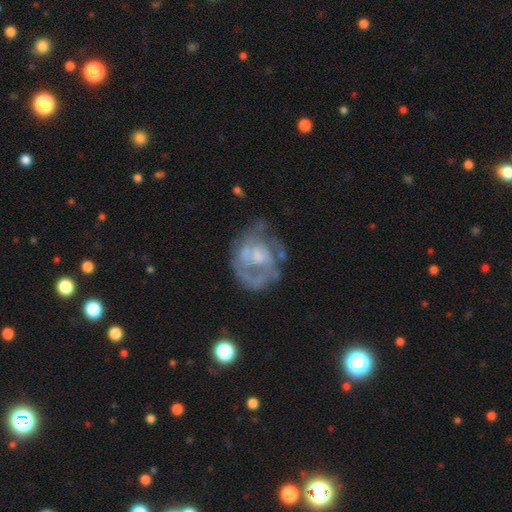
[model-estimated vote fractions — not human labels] Smooth or featured? featured or disk (72%)
Edge-on disk? no (98%)
Bar? no (69%)
Spiral arms? yes (60%)
Bulge size? moderate (36%)
Merging? none (48%)